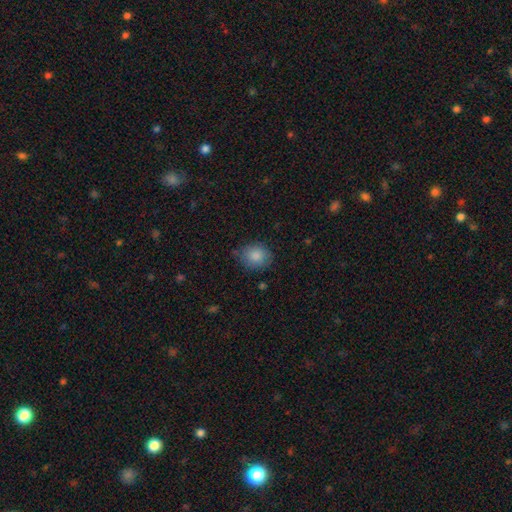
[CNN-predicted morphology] Smooth or featured? Predicted: smooth (p=0.86). How rounded? Predicted: round (p=0.68). Merging? Predicted: none (p=0.77).